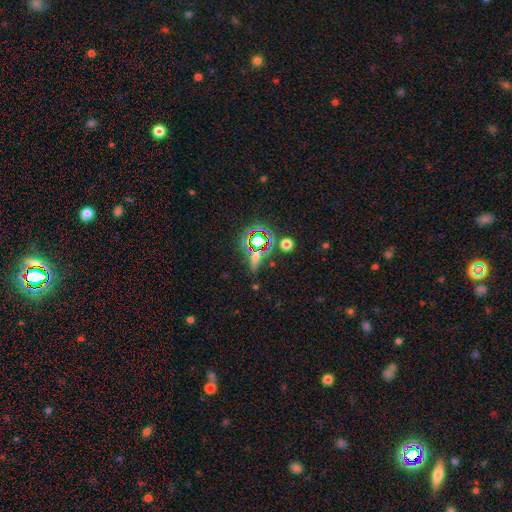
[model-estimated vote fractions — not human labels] The model was most divided on "smooth or featured": star or artifact: 50%, smooth: 33%, featured or disk: 17%.